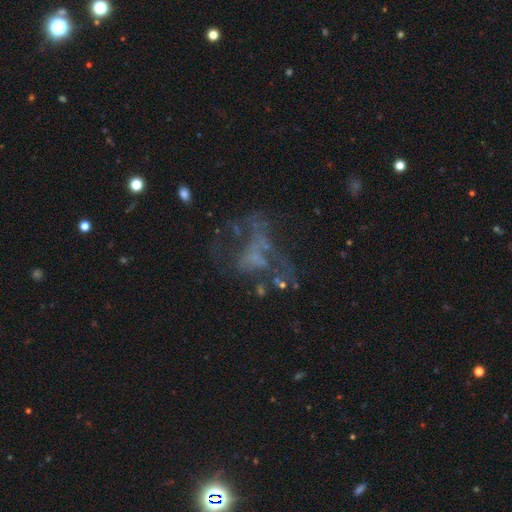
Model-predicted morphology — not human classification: Smooth or featured?
  - featured or disk: 56% *
  - star or artifact: 26%
  - smooth: 18%
Edge-on disk?
  - no: 97% *
  - yes: 3%
Bar?
  - no: 87% *
  - weak: 10%
  - strong: 3%
Spiral arms?
  - no: 84% *
  - yes: 16%
Bulge size?
  - none: 77% *
  - small: 13%
  - moderate: 7%
  - large: 2%
  - dominant: 1%
Merging?
  - major disturbance: 42% *
  - none: 34%
  - minor disturbance: 13%
  - merger: 11%